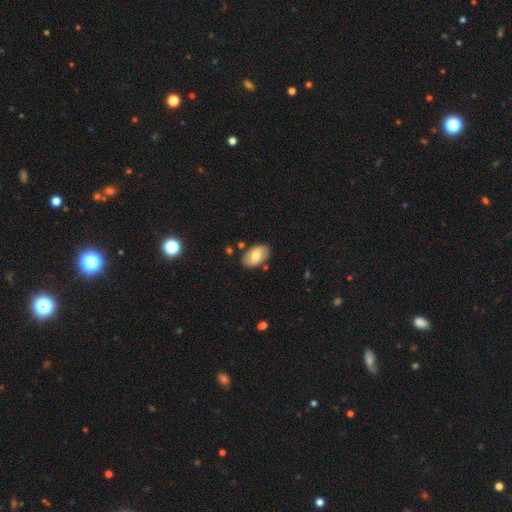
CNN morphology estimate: This appears to be a smooth galaxy with no disk features (68%) that is in between round and cigar-shaped (92%). Merging: none (83%).